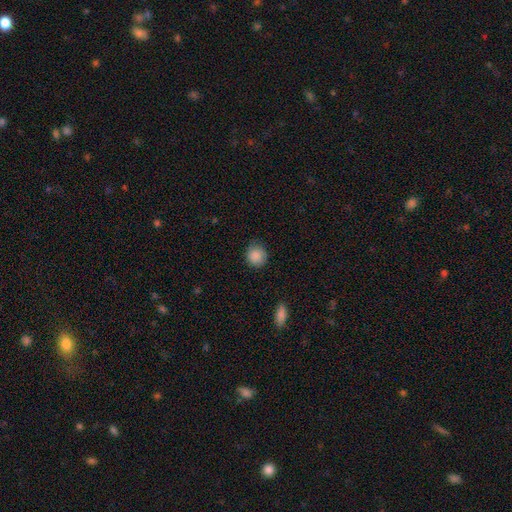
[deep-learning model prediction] Q: Smooth or featured?
A: smooth (88%); runner-up: star or artifact (8%)
Q: How rounded?
A: round (89%); runner-up: in between (10%)
Q: Merging?
A: none (82%); runner-up: minor disturbance (14%)